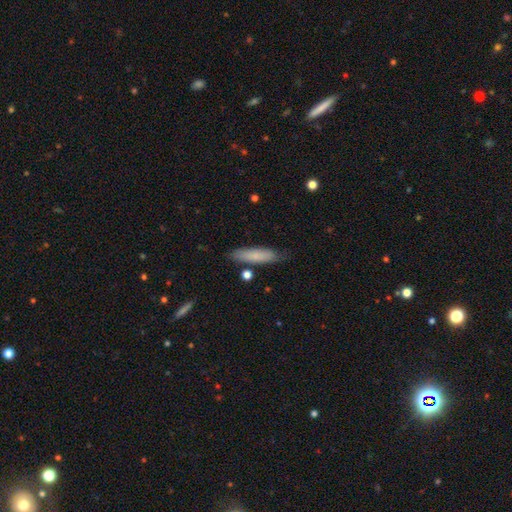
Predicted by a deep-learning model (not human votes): A smooth galaxy with no disk features (77%) that is cigar-shaped (77%). Merging: none (80%).